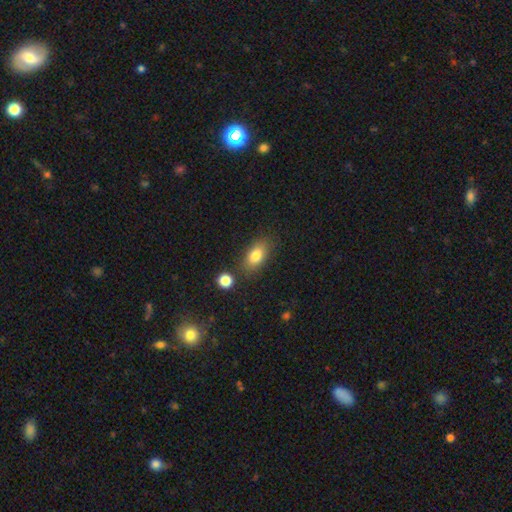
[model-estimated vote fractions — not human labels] This is clearly a smooth galaxy (81%). How rounded: clearly in between (87%). Merging: likely none (78%).